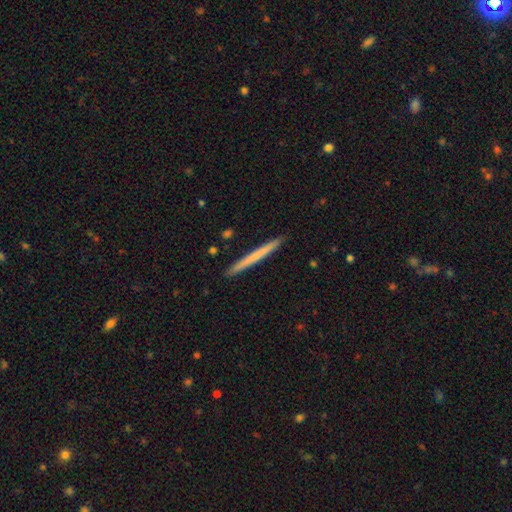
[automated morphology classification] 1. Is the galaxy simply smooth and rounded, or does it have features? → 61% smooth, 34% featured or disk, 5% star or artifact.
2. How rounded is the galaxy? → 97% cigar-shaped, 1% in between, 1% round.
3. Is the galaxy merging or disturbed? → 92% none, 5% minor disturbance, 1% merger, 1% major disturbance.